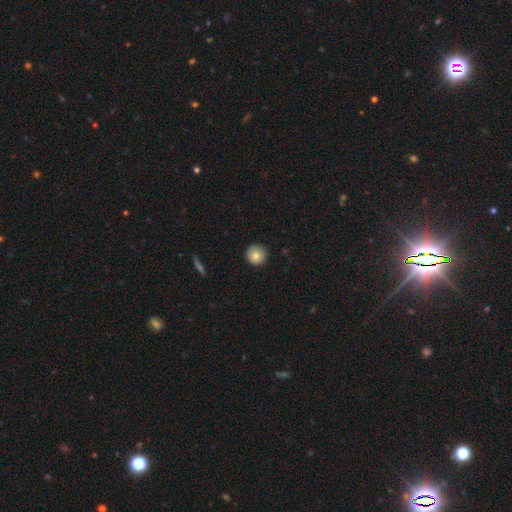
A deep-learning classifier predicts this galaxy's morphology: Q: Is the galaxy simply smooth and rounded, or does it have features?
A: smooth — 83%.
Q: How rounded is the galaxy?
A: round — 95%.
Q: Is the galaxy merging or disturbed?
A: none — 89%.